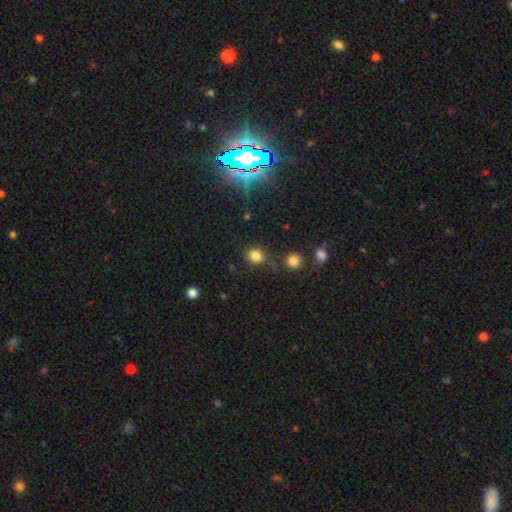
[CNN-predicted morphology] A smooth galaxy with no disk features (81%) that is round (76%). Merging: none (74%).